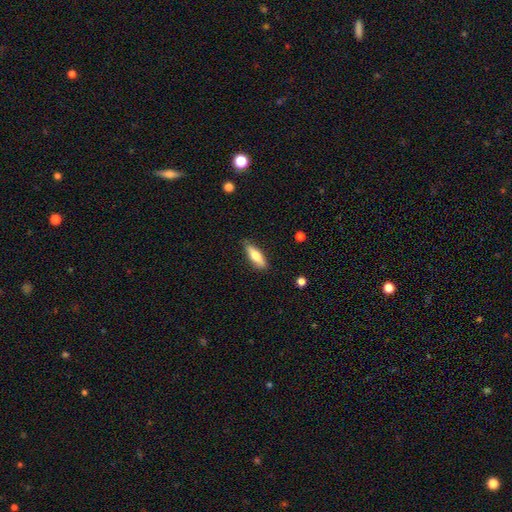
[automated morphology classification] This is likely a smooth galaxy (70%). How rounded: possibly in between (50%). Merging: clearly none (82%).